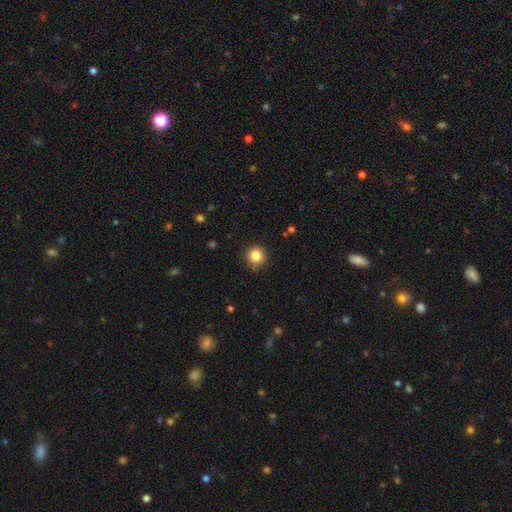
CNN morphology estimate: A smooth galaxy with no disk features (84%) that is round (93%).

Vote fractions:
- Smooth or featured? smooth: 84% / star or artifact: 11% / featured or disk: 5%
- How rounded? round: 93% / in between: 6% / cigar-shaped: 1%
- Merging? none: 88% / minor disturbance: 9% / major disturbance: 2% / merger: 1%